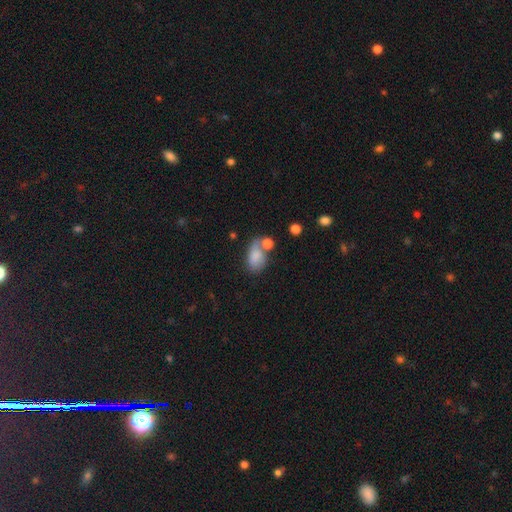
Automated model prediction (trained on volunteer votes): Smooth or featured? Predicted: smooth (p=0.77). How rounded? Predicted: in between (p=0.86). Merging? Predicted: none (p=0.35).